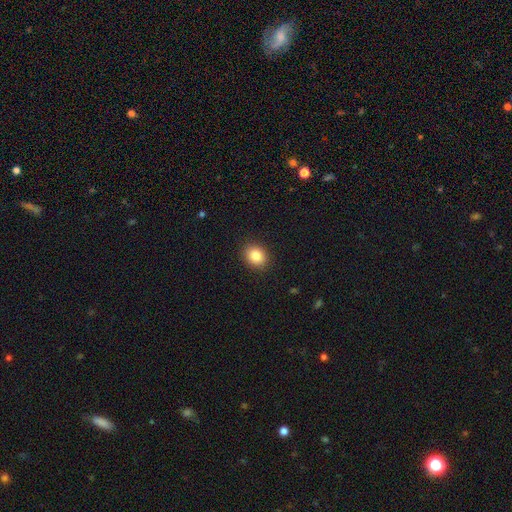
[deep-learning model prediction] The model was most divided on "how rounded": round: 54%, in between: 45%, cigar-shaped: 1%. More confident: merging — none (90%); smooth or featured — smooth (85%).